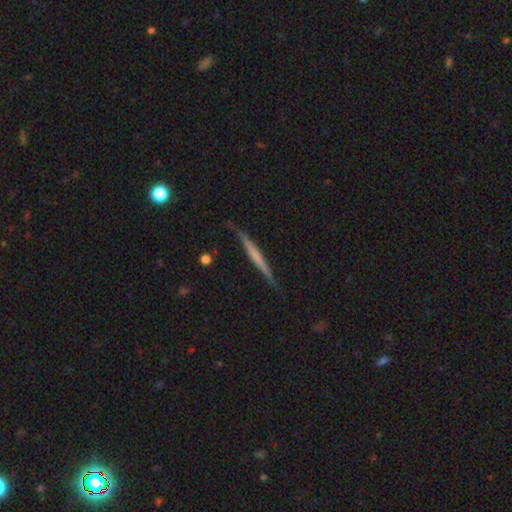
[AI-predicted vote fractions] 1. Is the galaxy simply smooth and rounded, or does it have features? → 58% featured or disk, 36% smooth, 6% star or artifact.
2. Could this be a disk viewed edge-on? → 97% yes, 3% no.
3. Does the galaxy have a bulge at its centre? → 70% none, 19% rounded, 12% boxy.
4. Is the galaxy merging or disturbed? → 87% none, 10% minor disturbance, 2% major disturbance, 1% merger.